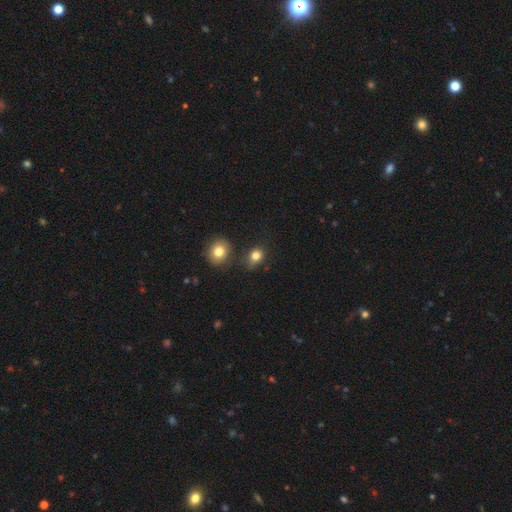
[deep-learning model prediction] Morphology: type=smooth (81%); roundness=round (58%); merging=none (67%).